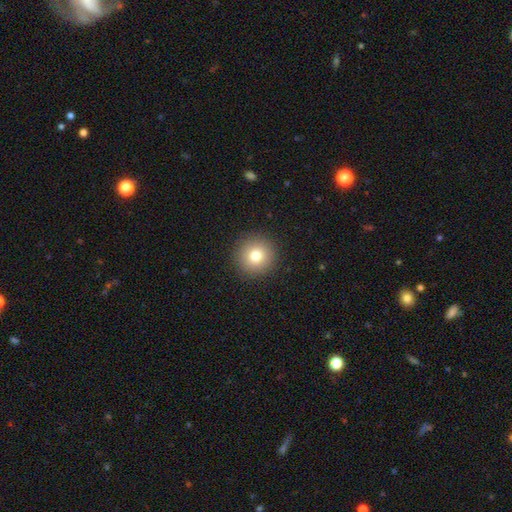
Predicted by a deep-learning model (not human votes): This is likely a smooth galaxy (79%). How rounded: clearly round (95%). Merging: clearly none (92%).